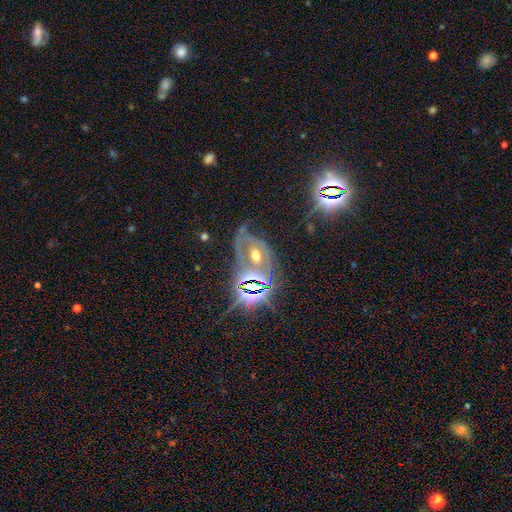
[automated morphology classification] Smooth or featured?
  - featured or disk: 50% *
  - star or artifact: 33%
  - smooth: 17%
Merging?
  - none: 50% *
  - minor disturbance: 21%
  - major disturbance: 21%
  - merger: 8%